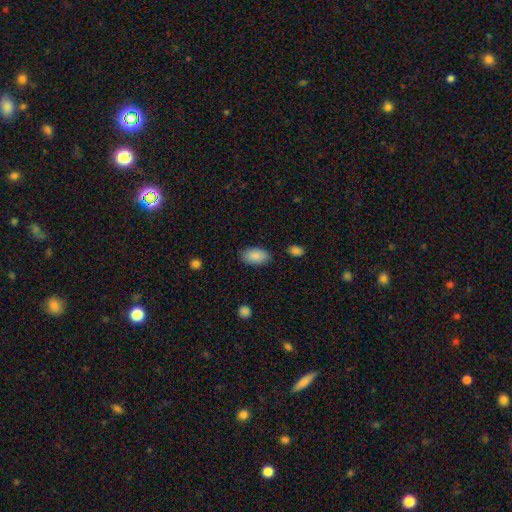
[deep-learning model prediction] Q: Smooth or featured?
A: smooth (89%); runner-up: star or artifact (6%)
Q: How rounded?
A: in between (94%); runner-up: round (4%)
Q: Merging?
A: none (82%); runner-up: minor disturbance (13%)